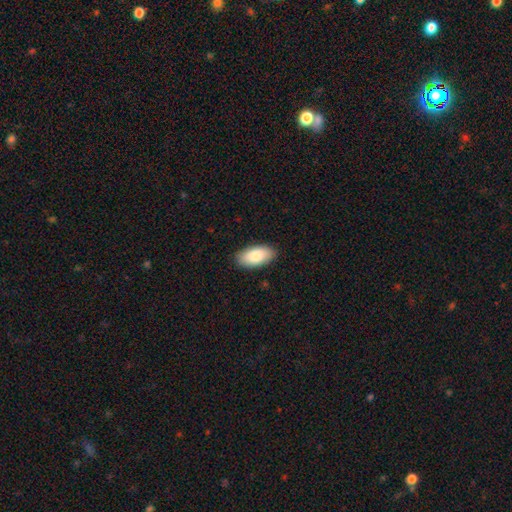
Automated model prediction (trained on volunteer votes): This appears to be a smooth galaxy with no disk features (86%) that is in between round and cigar-shaped (94%). Merging: none (89%).